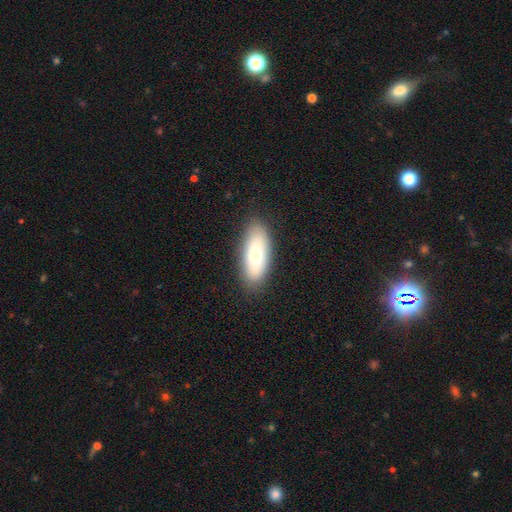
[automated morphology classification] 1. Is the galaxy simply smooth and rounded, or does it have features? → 70% smooth, 24% featured or disk, 7% star or artifact.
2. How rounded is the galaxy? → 82% in between, 16% cigar-shaped, 3% round.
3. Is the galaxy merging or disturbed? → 86% none, 11% minor disturbance, 3% major disturbance, 1% merger.